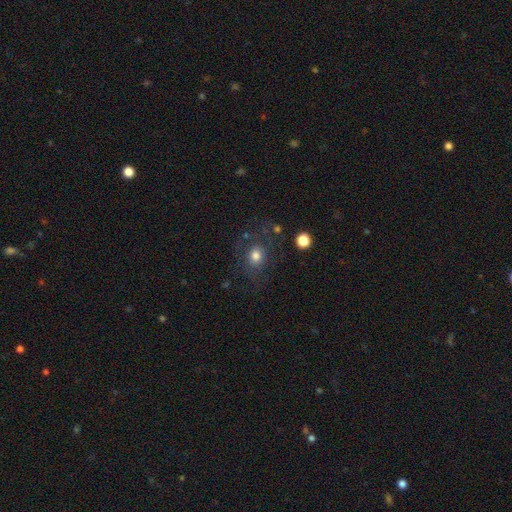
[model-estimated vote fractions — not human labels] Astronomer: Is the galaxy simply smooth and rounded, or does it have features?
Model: smooth — 72%.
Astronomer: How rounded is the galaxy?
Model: round — 61% (runner-up: in between, 38%).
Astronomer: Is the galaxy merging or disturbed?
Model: none — 69%.